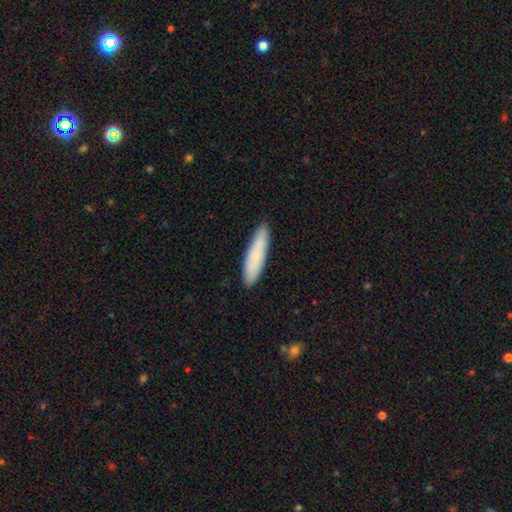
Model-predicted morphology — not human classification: smooth_or_featured: smooth (p=0.80) [alt: featured or disk p=0.15]
how_rounded: cigar-shaped (p=0.79) [alt: in between p=0.20]
merging: none (p=0.90) [alt: minor disturbance p=0.08]